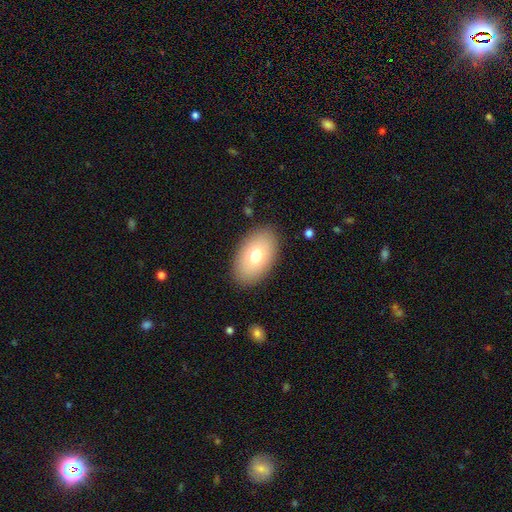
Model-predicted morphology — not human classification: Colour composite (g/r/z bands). It shows a smooth galaxy with no disk features (75%) that is in between round and cigar-shaped (92%). Merging: none (87%).